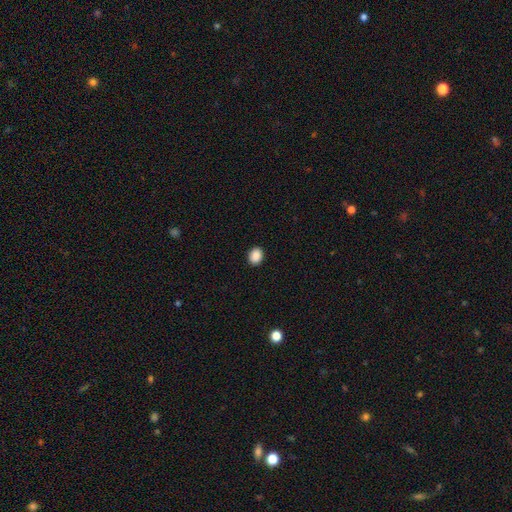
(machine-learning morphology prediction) Overall: smooth (89%). How rounded: in between (52%; round 48%). Merging: none (91%).